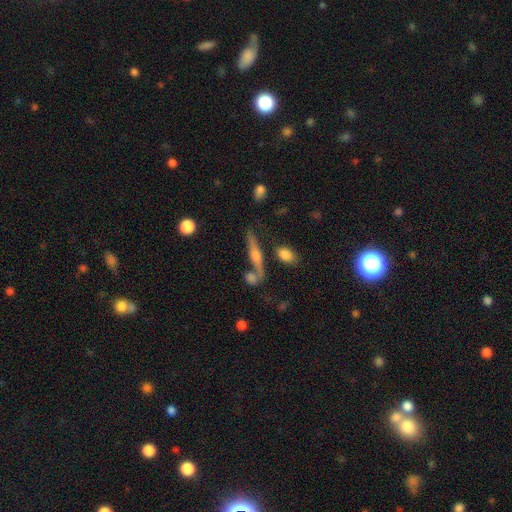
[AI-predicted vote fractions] Smooth or featured? Predicted: featured or disk (p=0.57). Edge-on disk? Predicted: yes (p=0.87). Merging? Predicted: none (p=0.60).